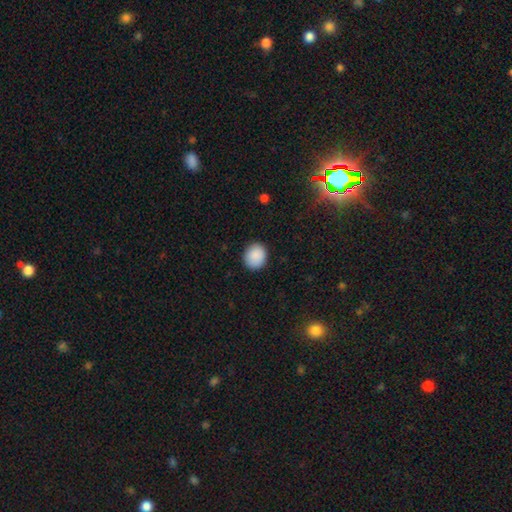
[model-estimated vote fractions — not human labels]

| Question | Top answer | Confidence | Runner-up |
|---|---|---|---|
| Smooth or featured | smooth | 90% | star or artifact (7%) |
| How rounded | round | 74% | in between (25%) |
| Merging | none | 90% | minor disturbance (7%) |